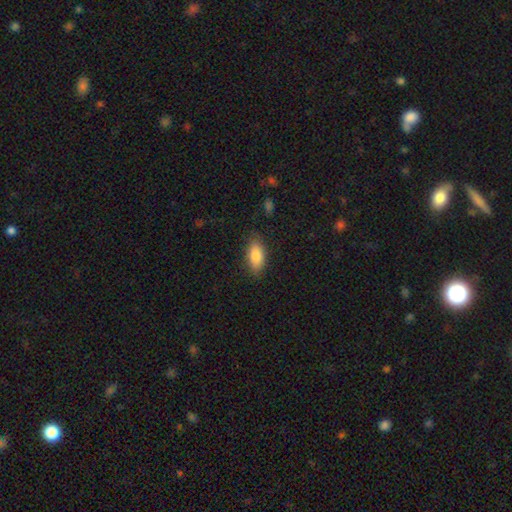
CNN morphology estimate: A smooth galaxy with no disk features (84%) that is in between round and cigar-shaped (87%).

Vote fractions:
- Smooth or featured? smooth: 84% / featured or disk: 9% / star or artifact: 7%
- How rounded? in between: 87% / cigar-shaped: 10% / round: 3%
- Merging? none: 83% / minor disturbance: 13% / major disturbance: 3% / merger: 1%